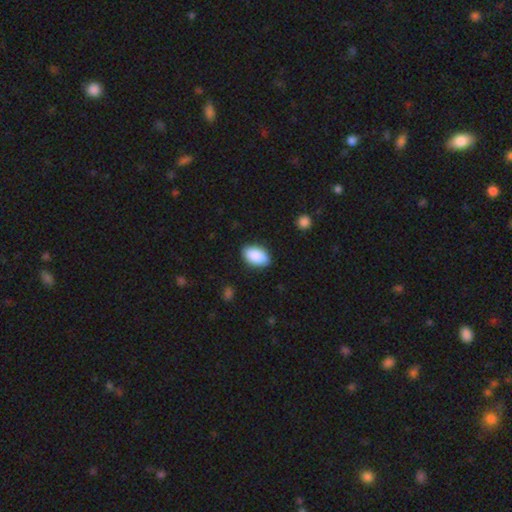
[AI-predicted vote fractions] smooth 90%, star or artifact 6%, featured or disk 4%. Down the decision tree: how rounded — in between (94%); merging — none (87%).